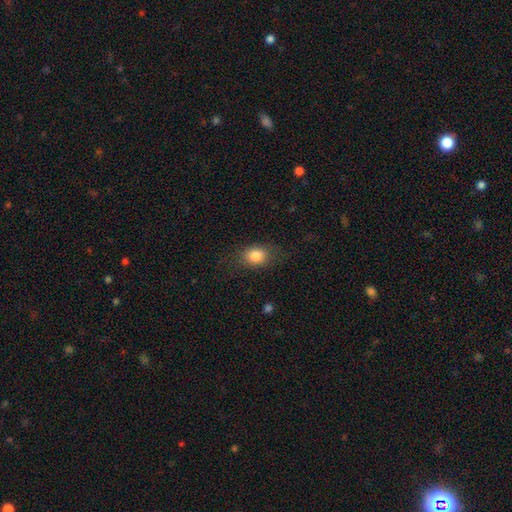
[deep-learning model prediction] Overall: smooth (83%). How rounded: in between (58%; round 41%). Merging: none (76%).